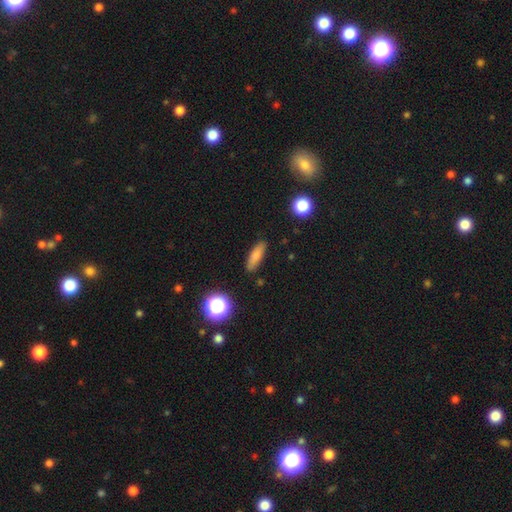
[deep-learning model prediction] smooth 75%, featured or disk 15%, star or artifact 10%. Down the decision tree: how rounded — cigar-shaped (49%); merging — none (86%).